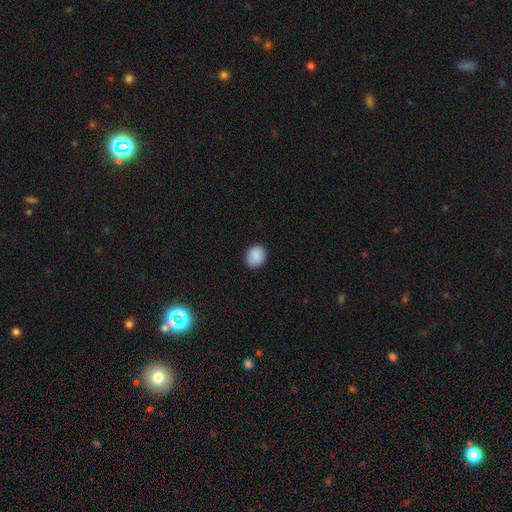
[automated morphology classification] Overall: smooth (89%). How rounded: round (67%; in between 32%). Merging: none (89%).